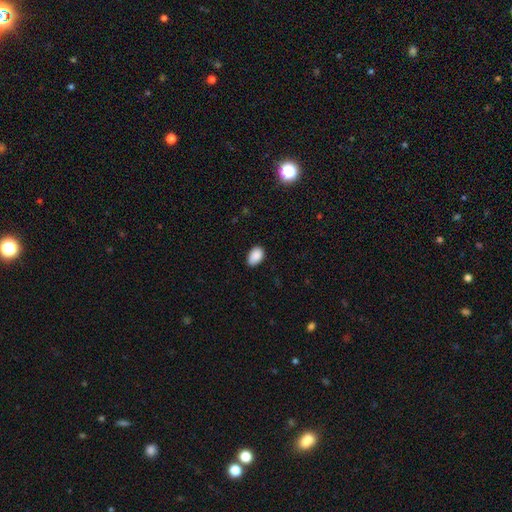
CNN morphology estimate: A smooth galaxy with no disk features (90%) that is in between round and cigar-shaped (90%). Merging: none (81%).